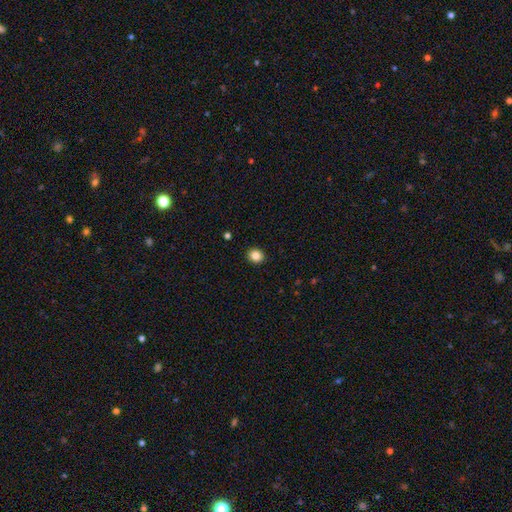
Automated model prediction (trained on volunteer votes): This appears to be a smooth galaxy with no disk features (85%) that is round (76%). Merging: none (92%).